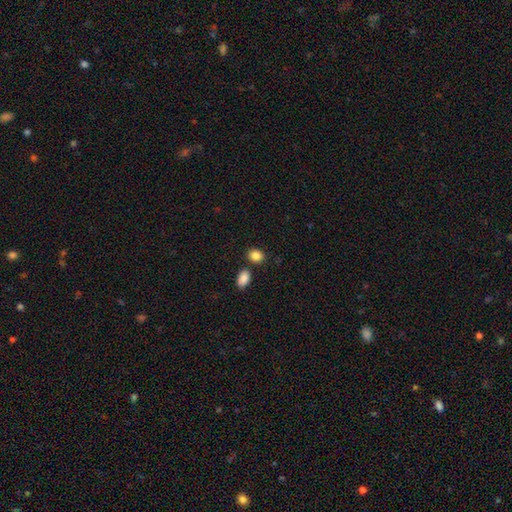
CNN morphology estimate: Smooth or featured? smooth (87%)
How rounded? in between (52%)
Merging? none (75%)